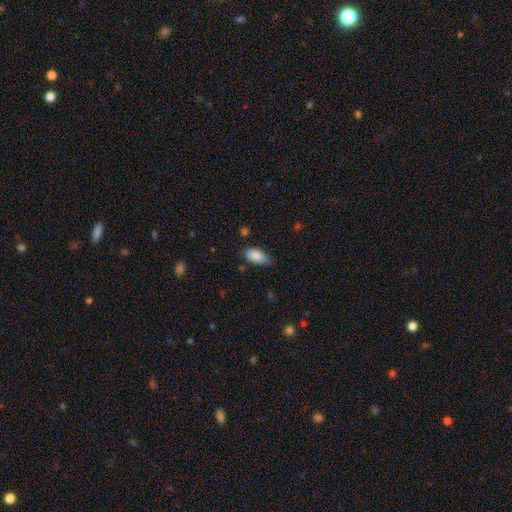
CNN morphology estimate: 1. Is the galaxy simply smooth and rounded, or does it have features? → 88% smooth, 7% star or artifact, 5% featured or disk.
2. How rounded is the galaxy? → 91% in between, 7% cigar-shaped, 2% round.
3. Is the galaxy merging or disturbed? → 74% none, 20% minor disturbance, 4% major disturbance, 2% merger.